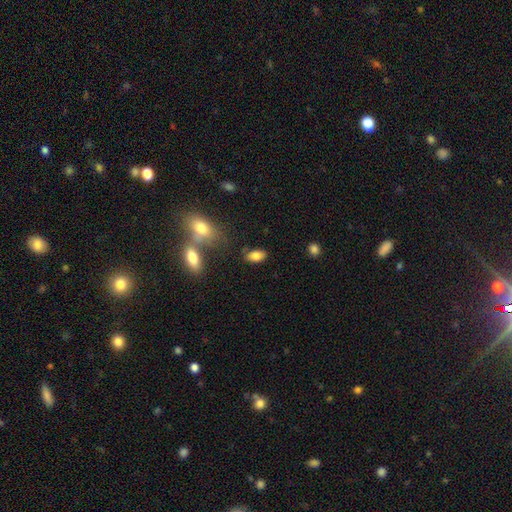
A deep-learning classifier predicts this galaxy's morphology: smooth 84%, star or artifact 8%, featured or disk 8%. Down the decision tree: how rounded — in between (91%); merging — none (76%).